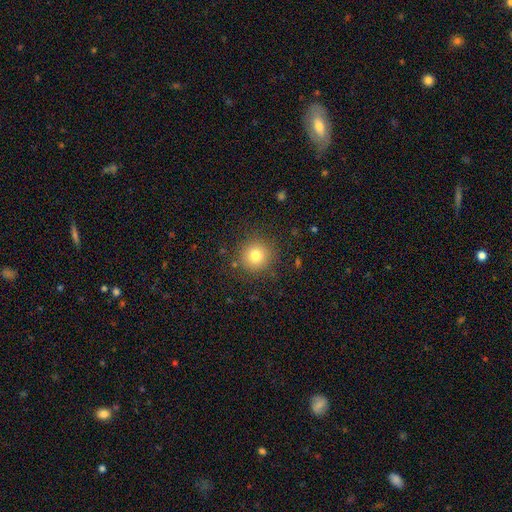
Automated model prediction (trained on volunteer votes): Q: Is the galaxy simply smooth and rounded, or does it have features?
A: smooth — 78%.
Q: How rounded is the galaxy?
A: round — 94%.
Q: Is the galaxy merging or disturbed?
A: none — 88%.